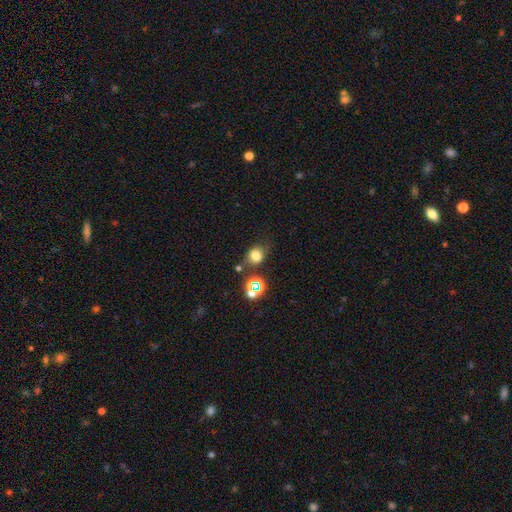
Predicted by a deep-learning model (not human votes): This appears to be a smooth galaxy with no disk features (71%) that is round (65%). Merging: none (61%).